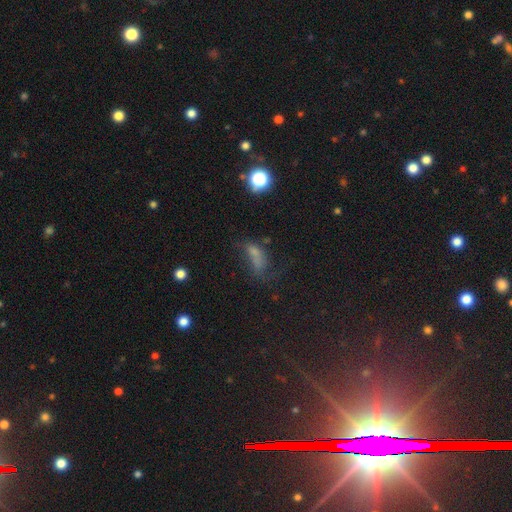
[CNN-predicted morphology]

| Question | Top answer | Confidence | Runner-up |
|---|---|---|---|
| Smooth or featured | smooth | 54% | star or artifact (24%) |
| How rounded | in between | 73% | cigar-shaped (17%) |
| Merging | major disturbance | 38% | none (30%) |